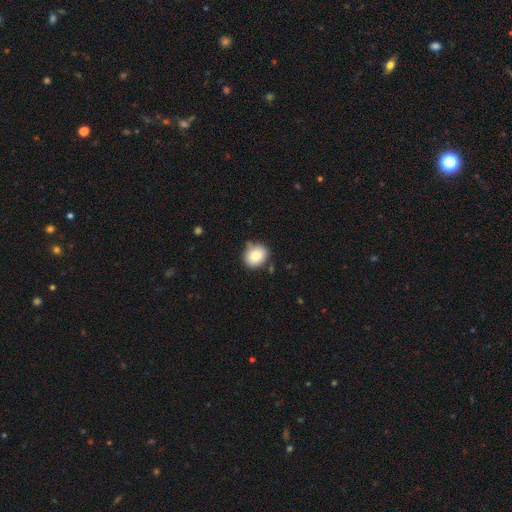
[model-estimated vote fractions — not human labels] smooth-or-featured: smooth: 84% | star or artifact: 9% | featured or disk: 7%
  how-rounded: round: 70% | in between: 29% | cigar-shaped: 1%
  merging: none: 76% | minor disturbance: 17% | merger: 4% | major disturbance: 3%